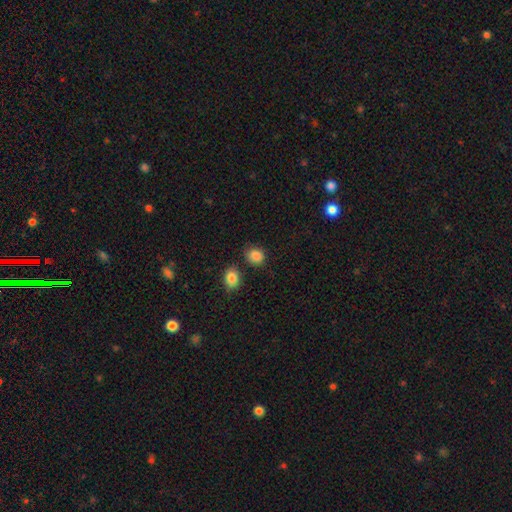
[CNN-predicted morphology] Overall: smooth (86%). How rounded: round (62%; in between 37%). Merging: none (76%).